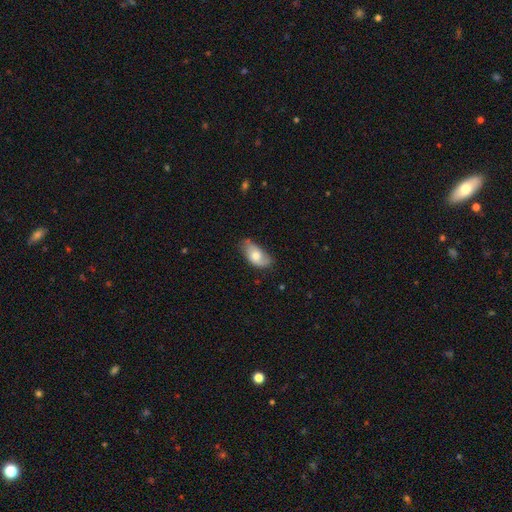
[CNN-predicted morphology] This is likely a smooth galaxy (62%). How rounded: clearly in between (93%). Merging: possibly none (55%).